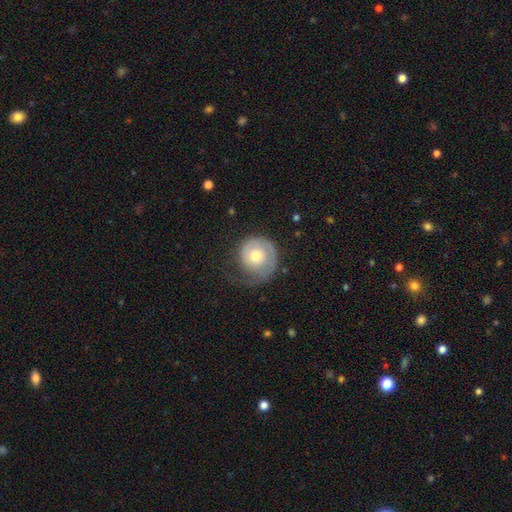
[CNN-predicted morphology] smooth_or_featured: smooth (p=0.47) [alt: featured or disk p=0.46]
merging: none (p=0.47) [alt: minor disturbance p=0.26]